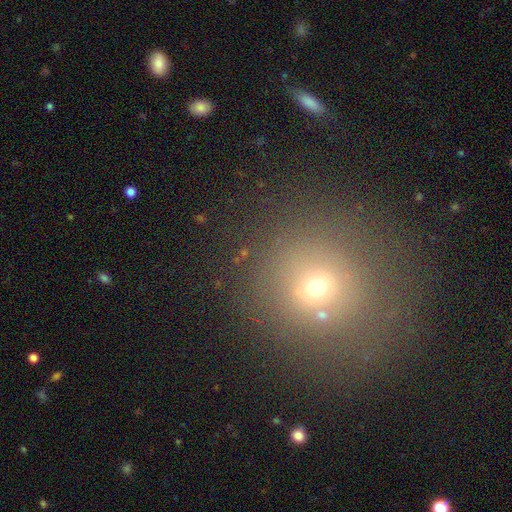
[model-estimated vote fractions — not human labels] This is possibly a smooth galaxy (58%). How rounded: clearly round (91%). Merging: likely none (77%).